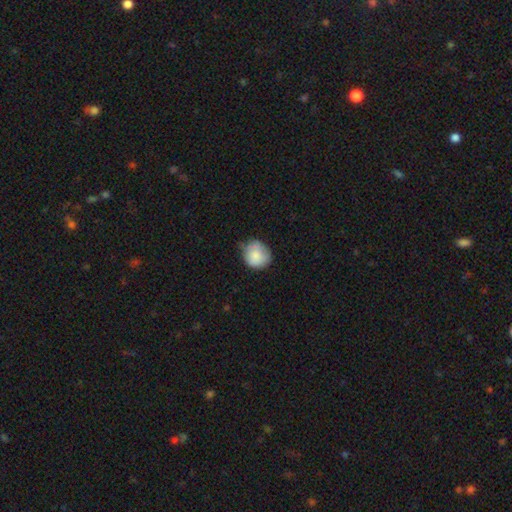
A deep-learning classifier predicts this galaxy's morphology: smooth_or_featured: smooth (p=0.79) [alt: featured or disk p=0.14]
how_rounded: round (p=0.81) [alt: in between p=0.19]
merging: none (p=0.61) [alt: minor disturbance p=0.30]